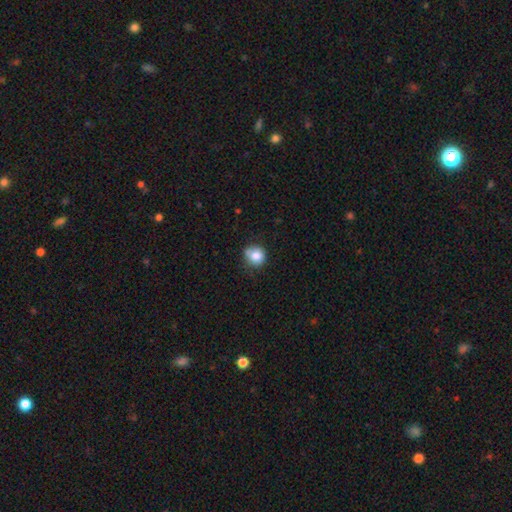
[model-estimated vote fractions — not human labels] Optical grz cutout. It shows a smooth galaxy with no disk features (83%) that is round (89%). Merging: none (66%).